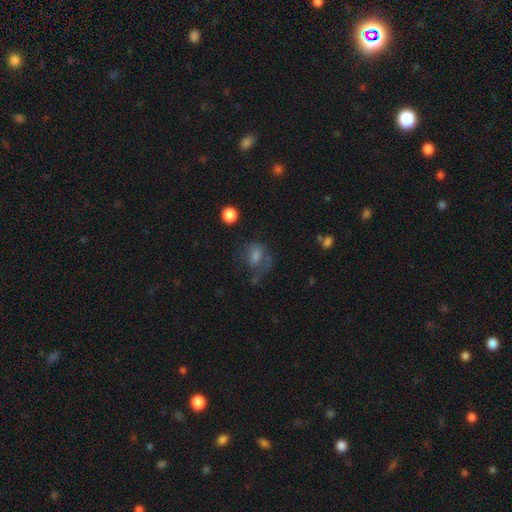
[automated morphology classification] This appears to be a smooth galaxy with no disk features (57%) that is in between round and cigar-shaped (60%). Merging: major disturbance (38%).